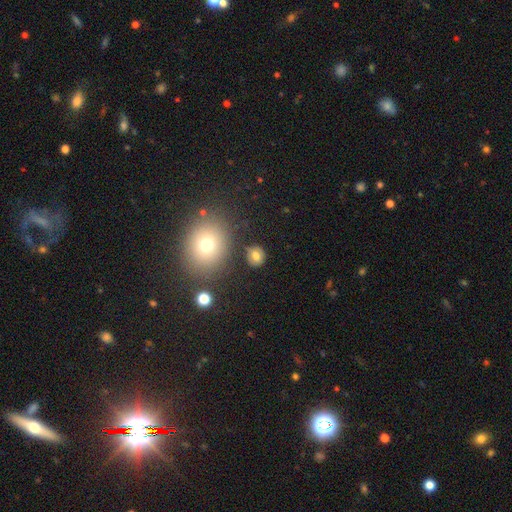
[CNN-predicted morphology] This is likely a smooth galaxy (75%). How rounded: likely round (79%). Merging: clearly none (82%).